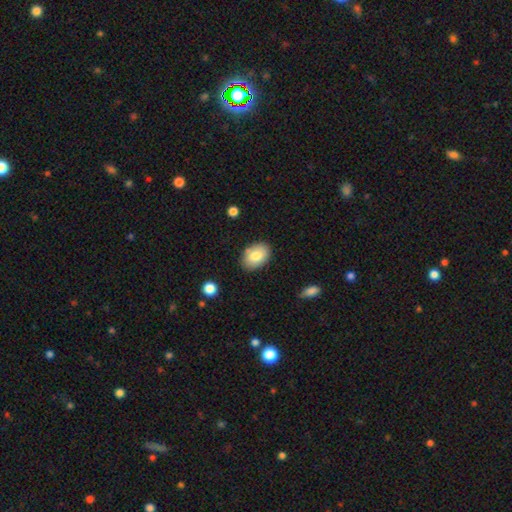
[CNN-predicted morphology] smooth_or_featured: smooth (p=0.81) [alt: featured or disk p=0.12]
how_rounded: in between (p=0.85) [alt: round p=0.14]
merging: none (p=0.83) [alt: minor disturbance p=0.12]